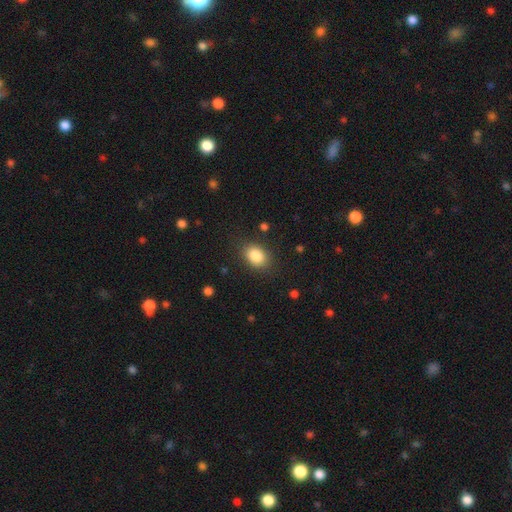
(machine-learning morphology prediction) This is clearly a smooth galaxy (86%). How rounded: likely in between (71%). Merging: clearly none (83%).